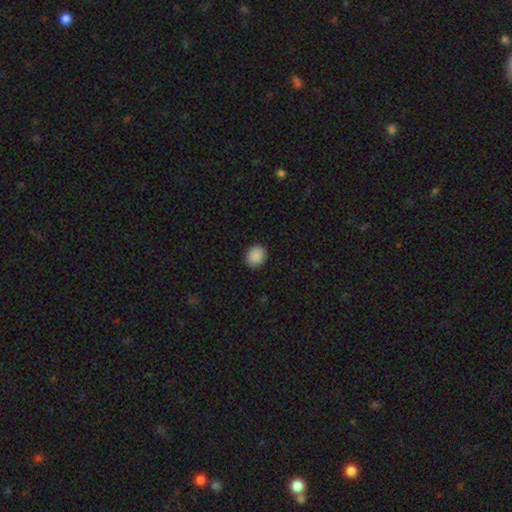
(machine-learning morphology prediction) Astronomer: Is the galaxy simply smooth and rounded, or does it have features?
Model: smooth — 90%.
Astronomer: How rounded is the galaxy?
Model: round — 68%.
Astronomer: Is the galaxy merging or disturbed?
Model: none — 90%.